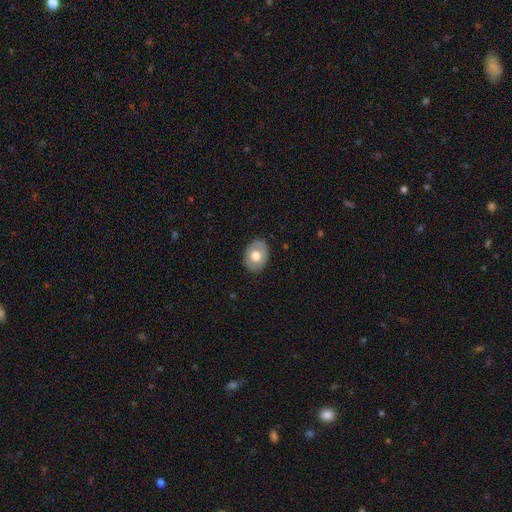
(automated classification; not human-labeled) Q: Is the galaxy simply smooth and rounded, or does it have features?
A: smooth — 64%.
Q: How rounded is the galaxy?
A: in between — 68%.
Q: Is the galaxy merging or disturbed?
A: none — 85%.